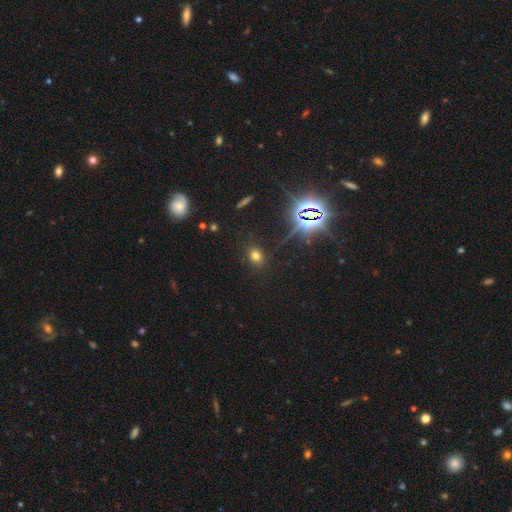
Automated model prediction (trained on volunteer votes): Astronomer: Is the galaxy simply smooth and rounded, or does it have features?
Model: smooth — 67%.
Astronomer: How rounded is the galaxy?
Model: in between — 50% (runner-up: round, 48%).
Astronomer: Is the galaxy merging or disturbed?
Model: none — 85%.